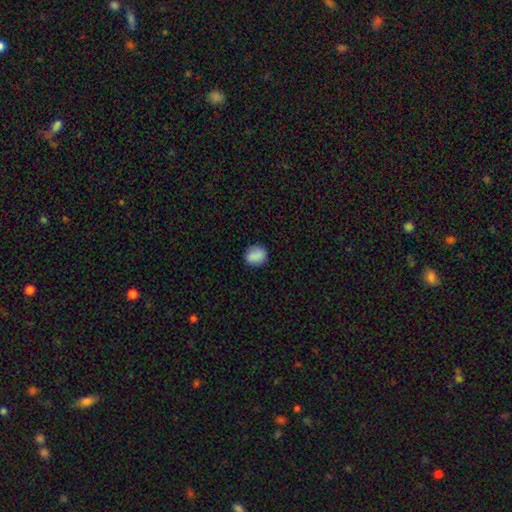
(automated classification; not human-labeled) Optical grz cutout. It shows a smooth galaxy with no disk features (87%) that is round (66%). Merging: none (86%).